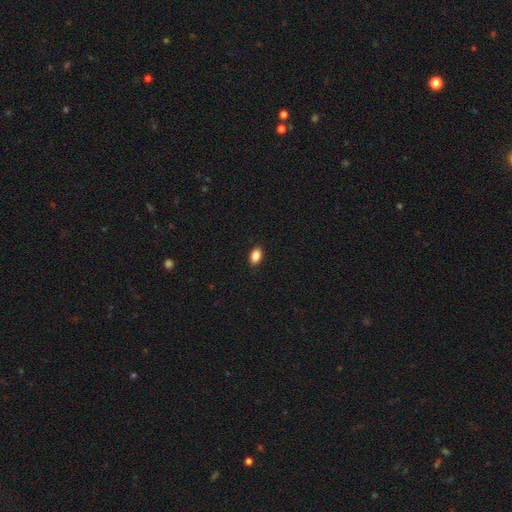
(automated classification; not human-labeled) smooth 87%, star or artifact 8%, featured or disk 4%. Down the decision tree: how rounded — in between (89%); merging — none (89%).